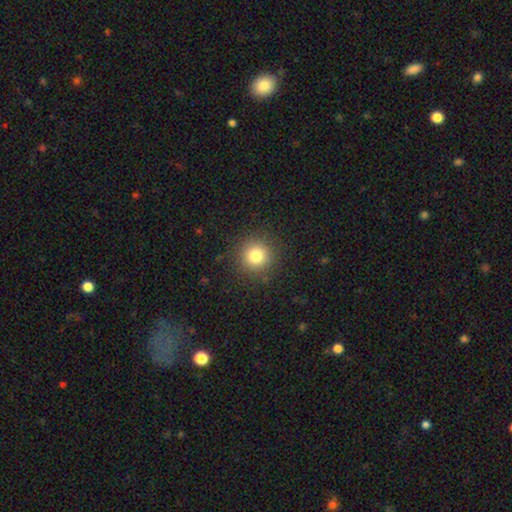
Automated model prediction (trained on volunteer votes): This is clearly a smooth galaxy (80%). How rounded: clearly round (95%). Merging: clearly none (90%).